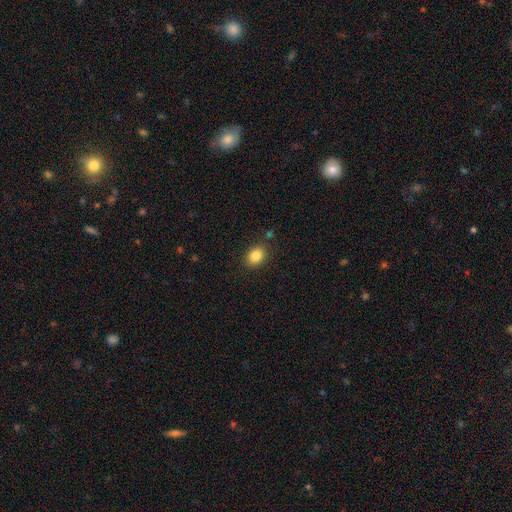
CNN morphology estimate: Smooth or featured: smooth — 85% (star or artifact — 9%)
How rounded: in between — 67% (round — 32%)
Merging: none — 85% (minor disturbance — 10%)